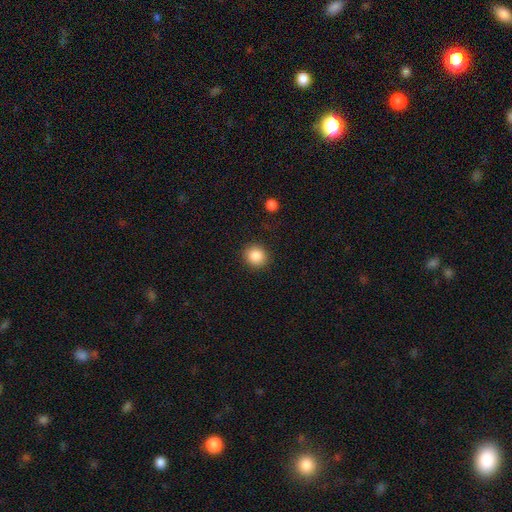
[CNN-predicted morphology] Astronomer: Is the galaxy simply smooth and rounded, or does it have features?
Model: smooth — 87%.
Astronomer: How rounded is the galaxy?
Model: round — 88%.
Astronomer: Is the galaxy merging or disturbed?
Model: none — 89%.